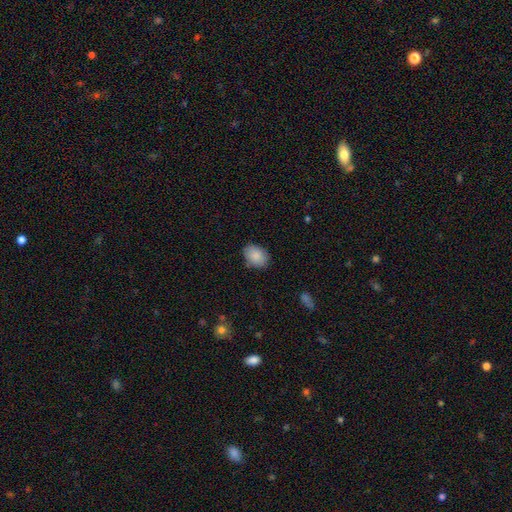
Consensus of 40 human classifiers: smooth 92%, featured or disk 5%, star or artifact 2%. Down the decision tree: how rounded — in between (84%); merging — none (62%).